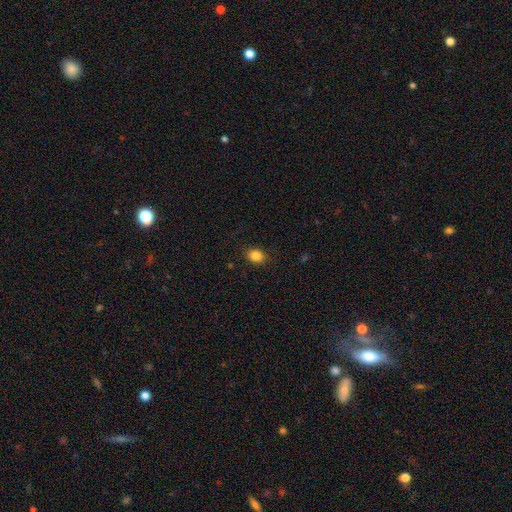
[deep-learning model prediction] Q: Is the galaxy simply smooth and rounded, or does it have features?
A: smooth — 85%.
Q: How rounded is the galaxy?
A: round — 54%.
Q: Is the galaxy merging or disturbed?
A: none — 88%.